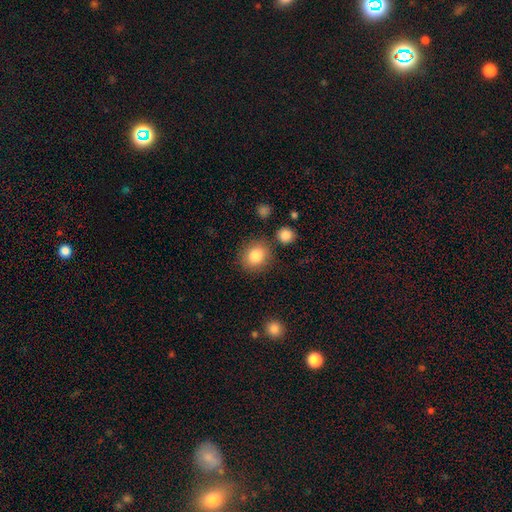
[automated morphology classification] Overall: smooth (83%). How rounded: round (81%). Merging: none (82%).